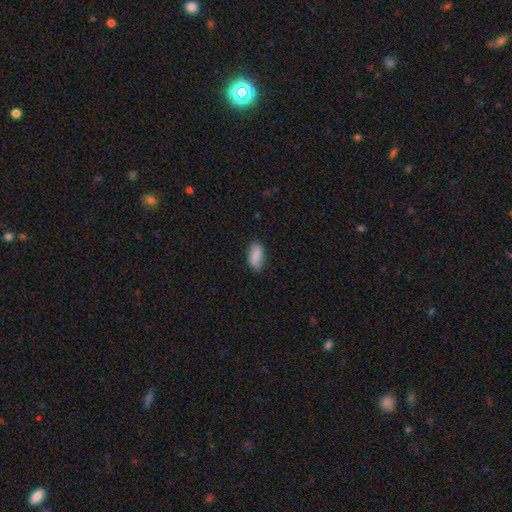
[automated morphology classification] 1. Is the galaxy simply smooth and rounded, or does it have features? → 88% smooth, 7% star or artifact, 5% featured or disk.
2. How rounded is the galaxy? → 92% in between, 5% cigar-shaped, 3% round.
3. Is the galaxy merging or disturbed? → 84% none, 13% minor disturbance, 3% major disturbance, 1% merger.